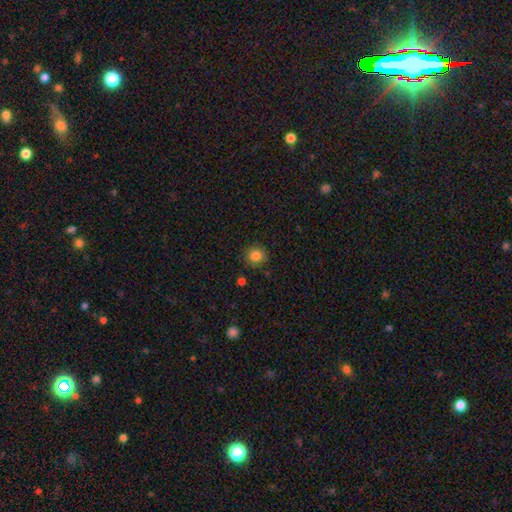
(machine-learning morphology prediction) type=smooth (84%); roundness=round (89%); merging=none (86%).